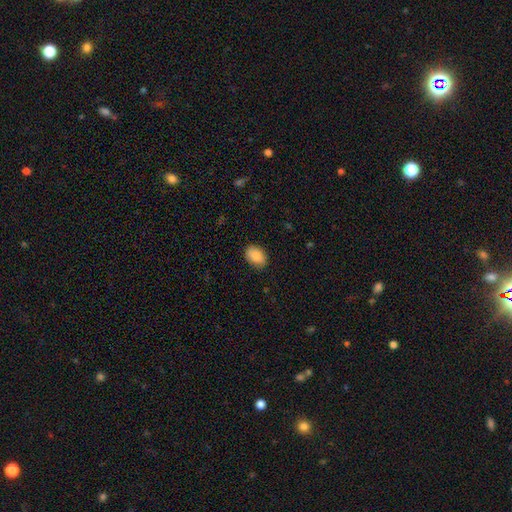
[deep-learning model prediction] Smooth or featured? smooth (88%)
How rounded? in between (83%)
Merging? none (81%)